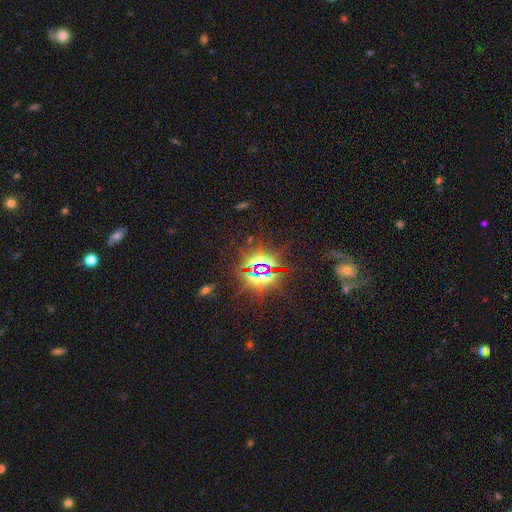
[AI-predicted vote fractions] Morphology: type=star or artifact (77%).